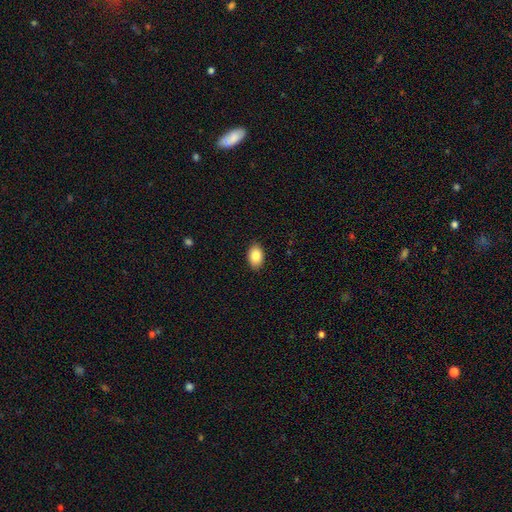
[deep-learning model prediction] Overall: smooth (87%). How rounded: in between (88%). Merging: none (89%).